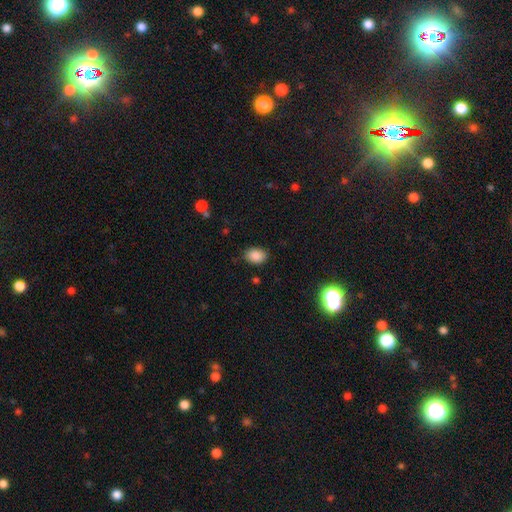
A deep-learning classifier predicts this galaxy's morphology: Smooth or featured?
  - smooth: 88% *
  - star or artifact: 9%
  - featured or disk: 4%
How rounded?
  - in between: 78% *
  - round: 21%
  - cigar-shaped: 1%
Merging?
  - none: 85% *
  - minor disturbance: 11%
  - major disturbance: 3%
  - merger: 1%